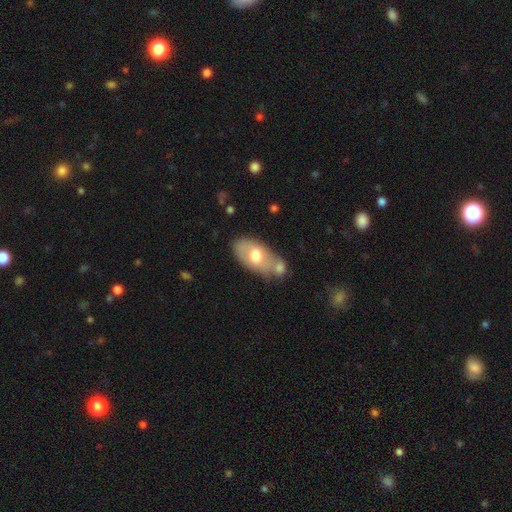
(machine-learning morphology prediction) This appears to be a smooth galaxy with no disk features (60%) that is in between round and cigar-shaped (92%). Merging: none (44%).